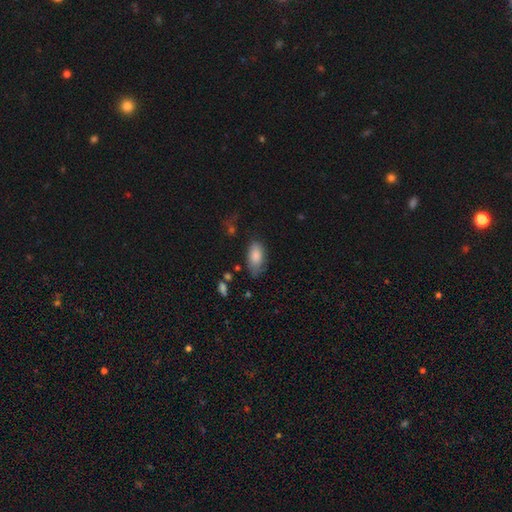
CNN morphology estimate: This is clearly a smooth galaxy (83%). How rounded: clearly in between (92%). Merging: likely none (60%).